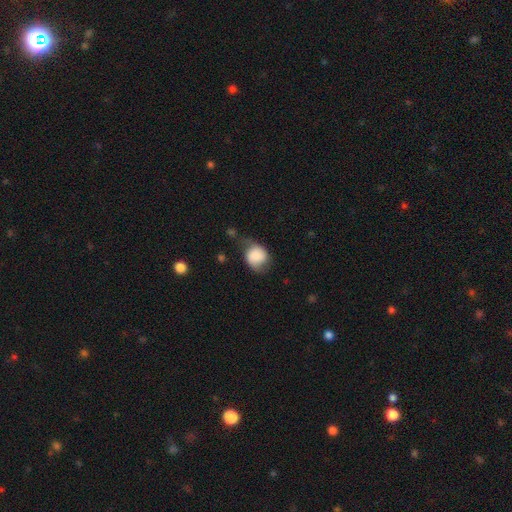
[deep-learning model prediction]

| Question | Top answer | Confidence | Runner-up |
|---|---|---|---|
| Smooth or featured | smooth | 70% | featured or disk (22%) |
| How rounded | round | 67% | in between (32%) |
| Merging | none | 40% | minor disturbance (38%) |